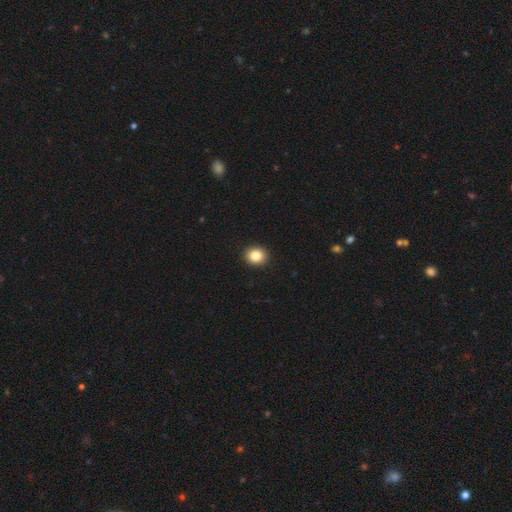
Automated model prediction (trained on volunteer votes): Overall: smooth (87%). How rounded: round (73%). Merging: none (92%).